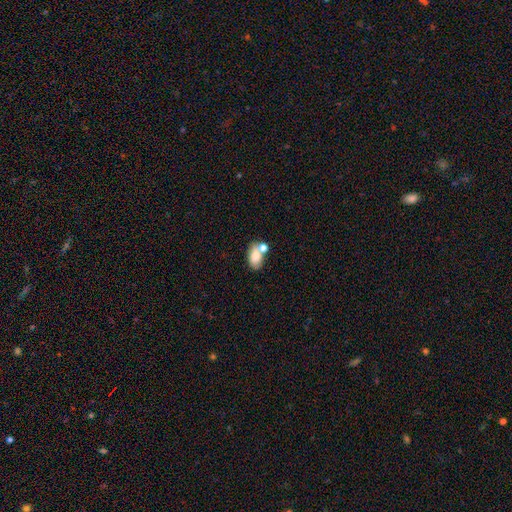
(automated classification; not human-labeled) smooth-or-featured: smooth: 75% | featured or disk: 16% | star or artifact: 9%
  how-rounded: in between: 87% | round: 11% | cigar-shaped: 2%
  merging: none: 43% | merger: 35% | minor disturbance: 15% | major disturbance: 6%